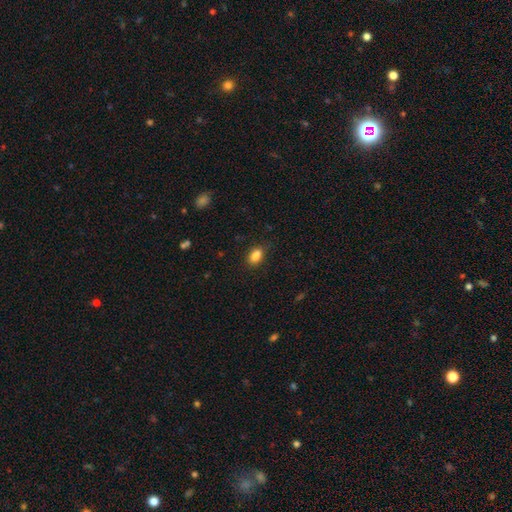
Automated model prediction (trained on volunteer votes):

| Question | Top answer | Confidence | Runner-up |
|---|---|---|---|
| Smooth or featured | smooth | 85% | star or artifact (10%) |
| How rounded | in between | 84% | round (14%) |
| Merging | none | 75% | minor disturbance (18%) |